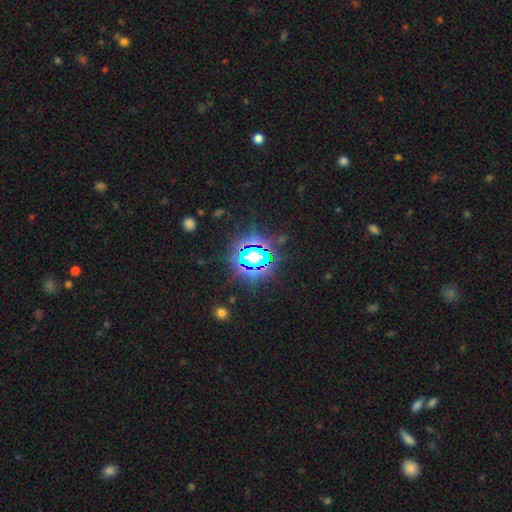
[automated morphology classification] Smooth or featured? star or artifact (69%)